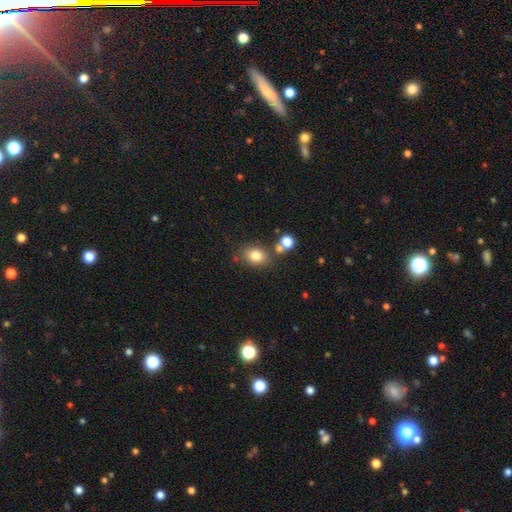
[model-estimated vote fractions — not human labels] The model was most divided on "how rounded": in between: 55%, round: 44%, cigar-shaped: 1%. More confident: smooth or featured — smooth (80%); merging — none (69%).